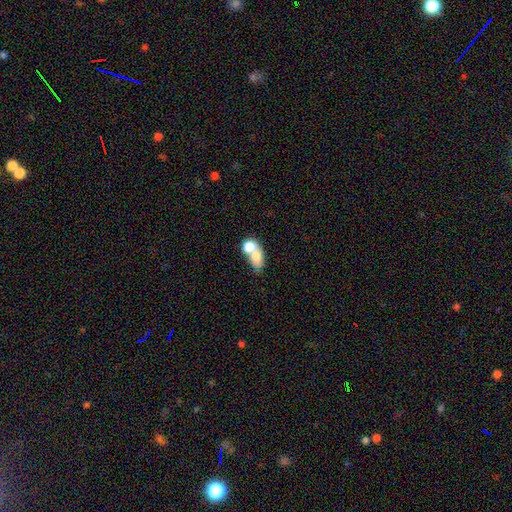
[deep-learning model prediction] Smooth or featured?
  - smooth: 71% *
  - featured or disk: 20%
  - star or artifact: 9%
How rounded?
  - in between: 67% *
  - round: 30%
  - cigar-shaped: 3%
Merging?
  - merger: 68% *
  - none: 19%
  - minor disturbance: 7%
  - major disturbance: 6%